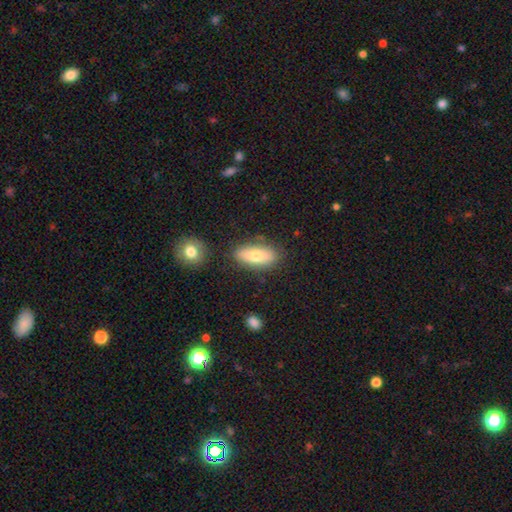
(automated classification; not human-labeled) This is likely a smooth galaxy (71%). How rounded: likely in between (77%). Merging: clearly none (81%).